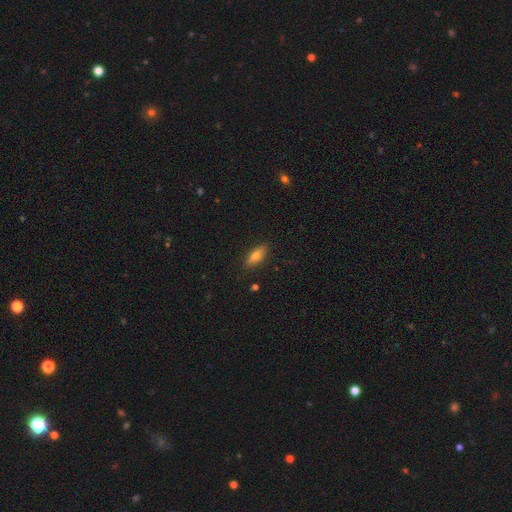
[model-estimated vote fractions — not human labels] Morphology: type=smooth (69%); roundness=in between (67%); merging=none (85%).